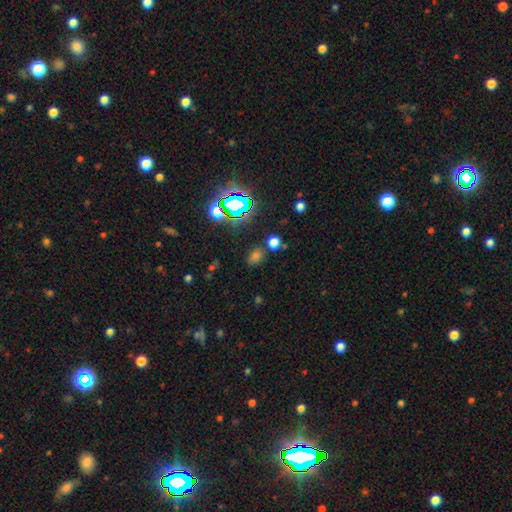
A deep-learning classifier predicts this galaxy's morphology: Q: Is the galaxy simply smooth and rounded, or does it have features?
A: smooth — 50%.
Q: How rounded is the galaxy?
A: in between — 51%.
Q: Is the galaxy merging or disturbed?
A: none — 79%.